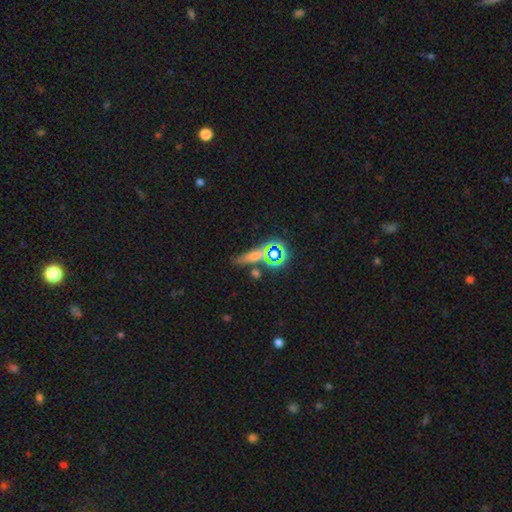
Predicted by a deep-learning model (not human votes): smooth_or_featured: star or artifact (p=0.48) [alt: smooth p=0.33]